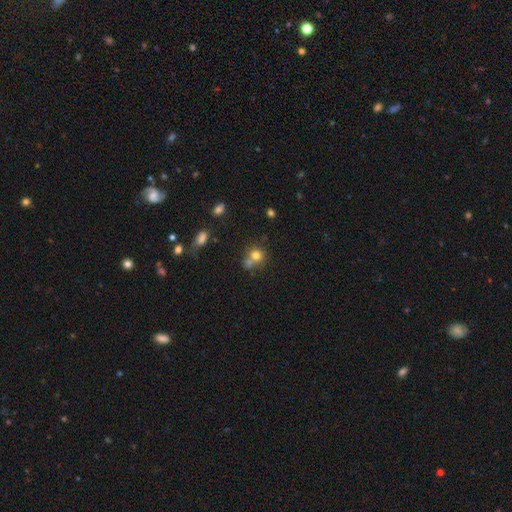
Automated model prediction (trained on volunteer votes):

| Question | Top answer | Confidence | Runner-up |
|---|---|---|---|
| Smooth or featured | smooth | 76% | star or artifact (13%) |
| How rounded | round | 82% | in between (17%) |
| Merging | none | 44% | merger (41%) |